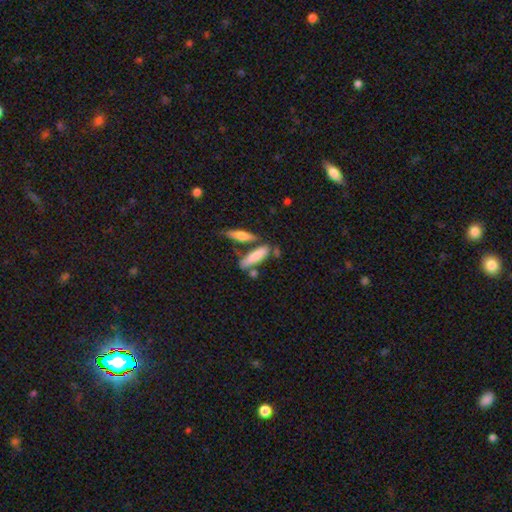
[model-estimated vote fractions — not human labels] Overall: smooth (77%). How rounded: cigar-shaped (64%; in between 33%). Merging: none (59%; merger 22%).